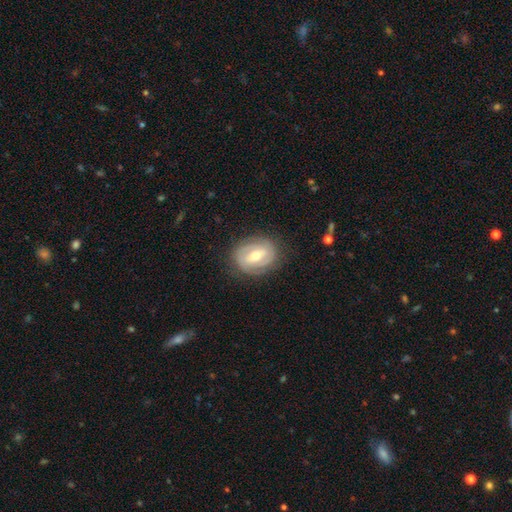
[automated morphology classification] smooth_or_featured: featured or disk (p=0.74) [alt: smooth p=0.20]
disk_edge_on: no (p=0.95) [alt: yes p=0.05]
bar: weak (p=0.44) [alt: strong p=0.35]
has_spiral_arms: yes (p=0.79) [alt: no p=0.21]
spiral_winding: tight (p=0.63) [alt: medium p=0.28]
spiral_arm_count: 2 (p=0.57) [alt: can't tell p=0.25]
bulge_size: moderate (p=0.69) [alt: small p=0.25]
merging: none (p=0.80) [alt: minor disturbance p=0.14]